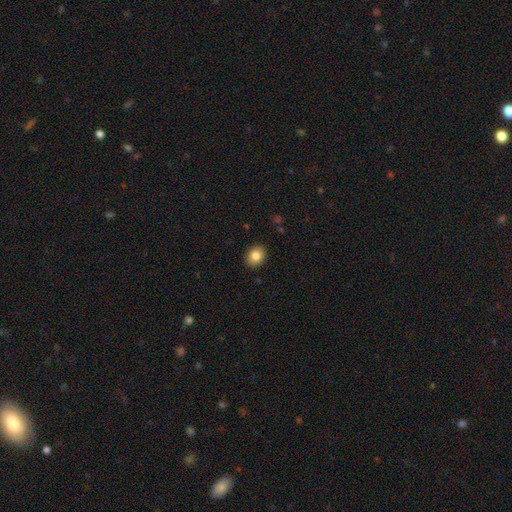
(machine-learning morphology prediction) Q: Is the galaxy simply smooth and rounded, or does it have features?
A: smooth — 84%.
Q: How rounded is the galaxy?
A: round — 57%.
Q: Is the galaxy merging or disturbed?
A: none — 90%.